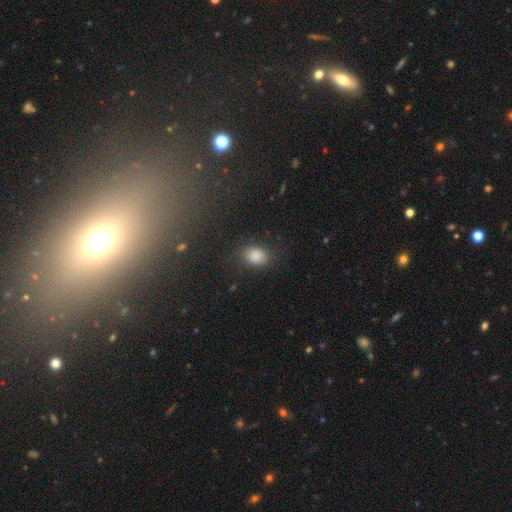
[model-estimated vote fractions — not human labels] This is clearly a smooth galaxy (85%). How rounded: likely in between (70%). Merging: likely none (75%).